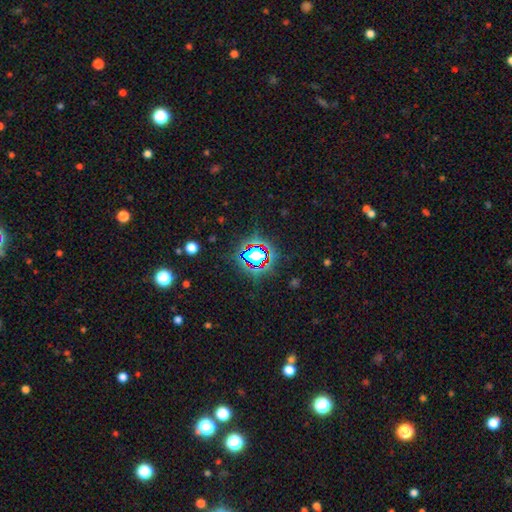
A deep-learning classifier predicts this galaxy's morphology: Smooth or featured: star or artifact — 67% (smooth — 21%)